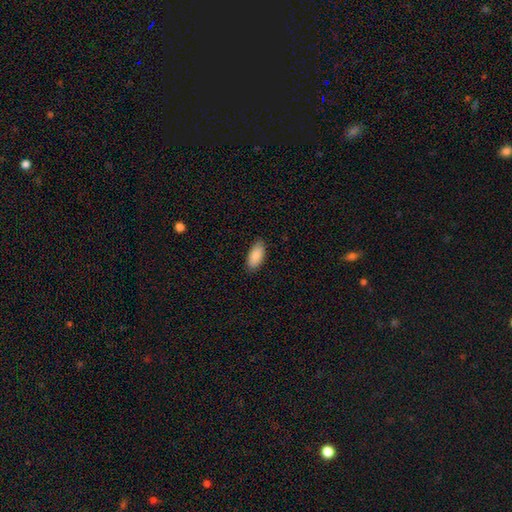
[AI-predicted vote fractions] Smooth or featured? smooth (88%)
How rounded? in between (91%)
Merging? none (86%)